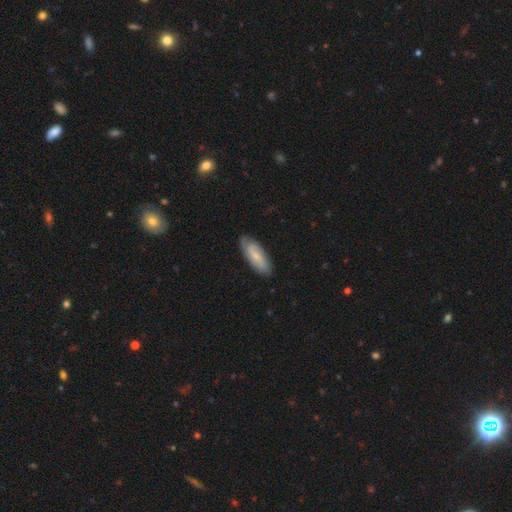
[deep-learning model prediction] The model was most divided on "smooth or featured": smooth: 52%, featured or disk: 42%, star or artifact: 6%. More confident: merging — none (76%); how rounded — in between (73%).